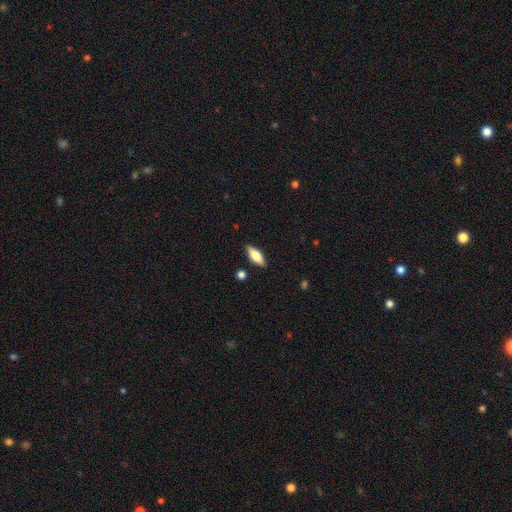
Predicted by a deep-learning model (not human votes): Smooth or featured?
  - smooth: 62% *
  - featured or disk: 31%
  - star or artifact: 7%
How rounded?
  - in between: 64% *
  - cigar-shaped: 33%
  - round: 3%
Merging?
  - none: 86% *
  - minor disturbance: 10%
  - major disturbance: 2%
  - merger: 2%